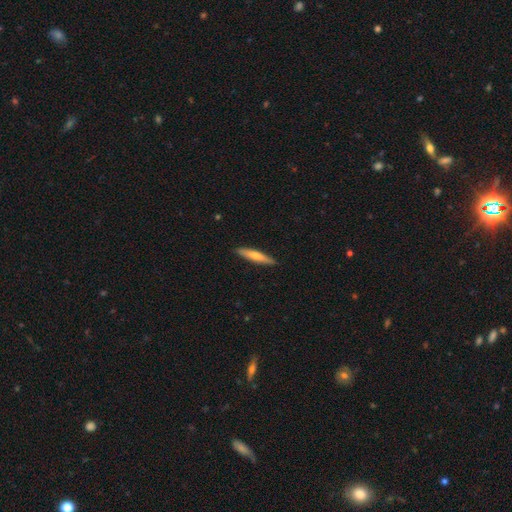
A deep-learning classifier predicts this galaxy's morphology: This appears to be a smooth galaxy with no disk features (62%) that is cigar-shaped (90%). Merging: none (89%).